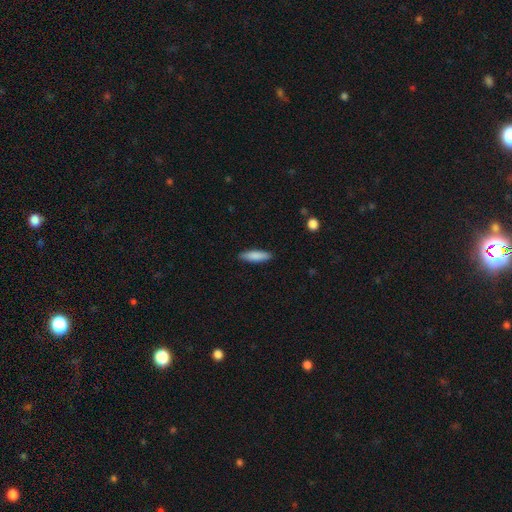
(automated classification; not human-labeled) Overall: smooth (84%). How rounded: cigar-shaped (68%; in between 31%). Merging: none (89%).